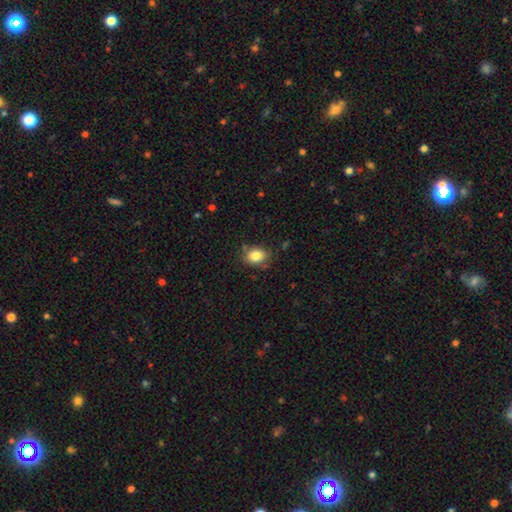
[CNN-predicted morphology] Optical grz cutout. It shows a smooth galaxy with no disk features (84%) that is in between round and cigar-shaped (64%). Merging: none (79%).